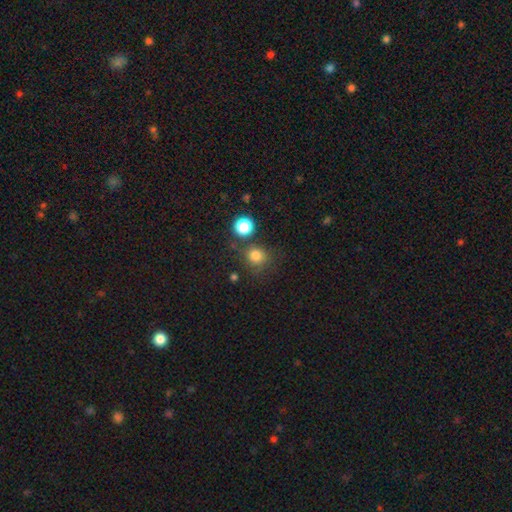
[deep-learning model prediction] Morphology: type=smooth (80%); roundness=round (88%); merging=none (73%).